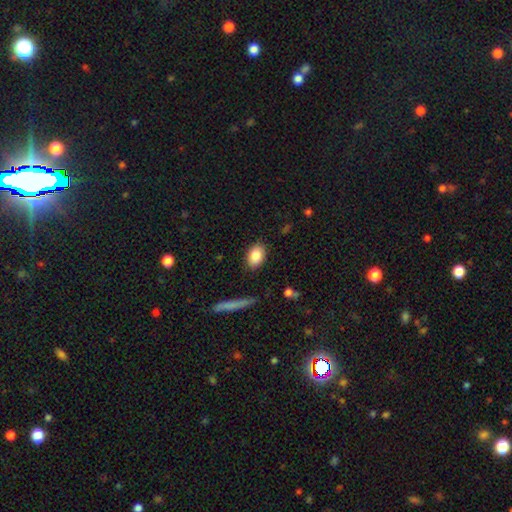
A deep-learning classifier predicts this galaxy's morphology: A smooth galaxy with no disk features (86%) that is in between round and cigar-shaped (84%). Merging: none (86%).